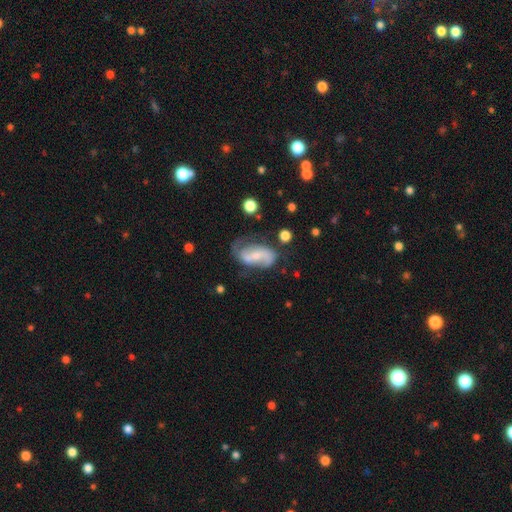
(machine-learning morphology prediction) featured or disk 71%, smooth 22%, star or artifact 7%. Down the decision tree: edge-on disk — no (95%); bar — no (43%); spiral arms — yes (86%); spiral arm count — 2 (78%); spiral winding — loose (43%); bulge size — small (58%); merging — none (47%).